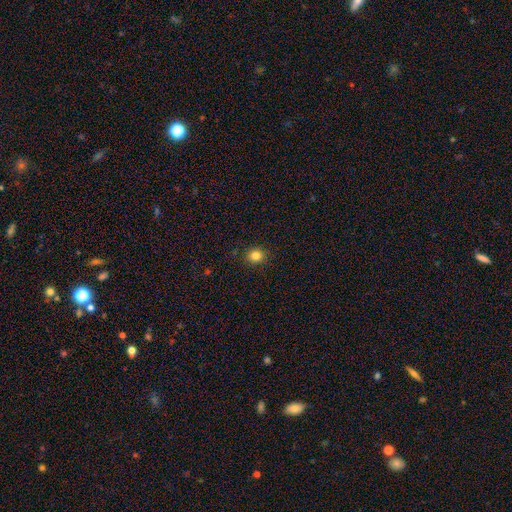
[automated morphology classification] Smooth or featured? smooth (82%)
How rounded? round (80%)
Merging? none (90%)